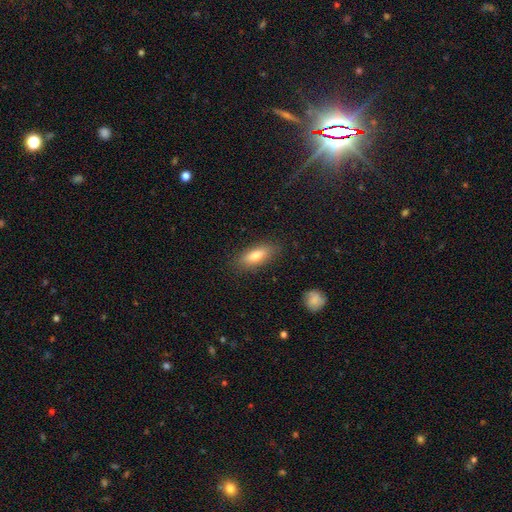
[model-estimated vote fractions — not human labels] Smooth or featured?
  - smooth: 75% *
  - featured or disk: 18%
  - star or artifact: 7%
How rounded?
  - in between: 65% *
  - cigar-shaped: 32%
  - round: 3%
Merging?
  - none: 85% *
  - minor disturbance: 11%
  - major disturbance: 3%
  - merger: 1%